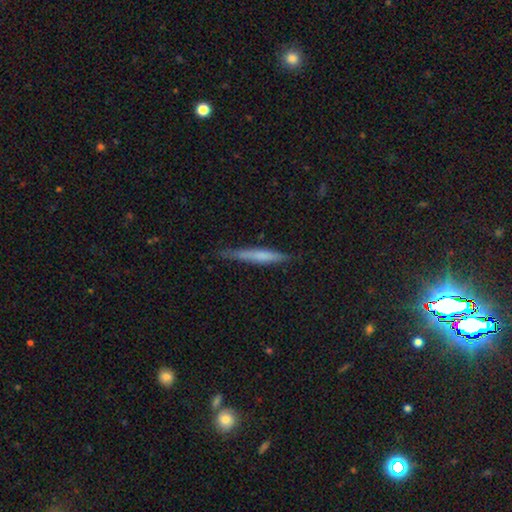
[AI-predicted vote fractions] smooth 46% (tied), featured or disk 46% (tied), star or artifact 9%. Down the decision tree: merging — none (82%).